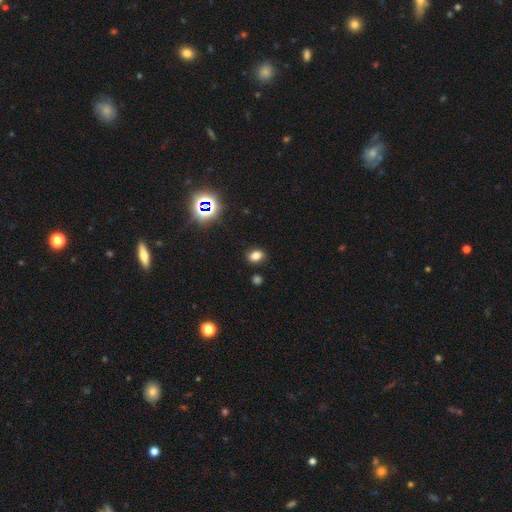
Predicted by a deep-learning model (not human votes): Morphology: type=smooth (77%); roundness=in between (74%); merging=none (86%).